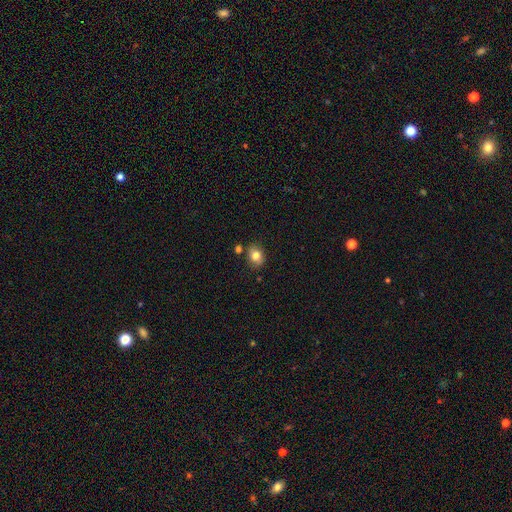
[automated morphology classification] Q: Smooth or featured?
A: smooth (80%); runner-up: featured or disk (11%)
Q: How rounded?
A: in between (57%); runner-up: round (42%)
Q: Merging?
A: none (74%); runner-up: minor disturbance (15%)